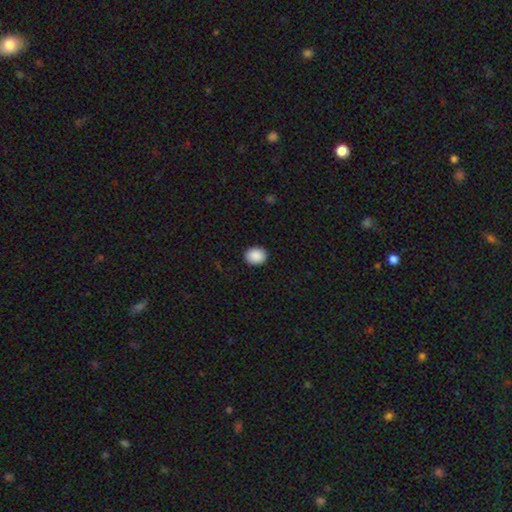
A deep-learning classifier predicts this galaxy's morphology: Smooth or featured? smooth (90%)
How rounded? round (52%)
Merging? none (91%)